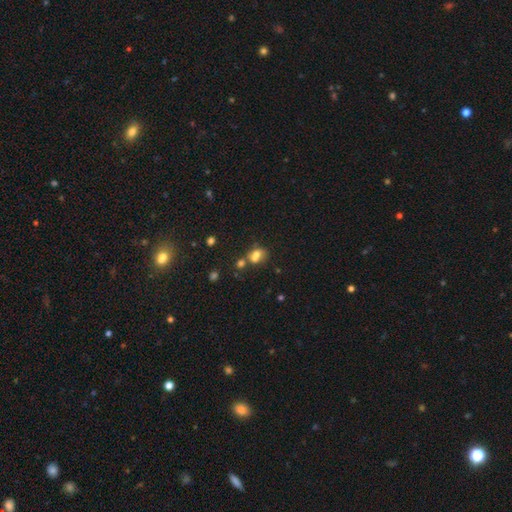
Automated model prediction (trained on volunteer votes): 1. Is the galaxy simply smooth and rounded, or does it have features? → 70% smooth, 15% star or artifact, 15% featured or disk.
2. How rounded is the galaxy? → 64% in between, 34% round, 2% cigar-shaped.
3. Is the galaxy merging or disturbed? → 44% merger, 35% none, 14% minor disturbance, 7% major disturbance.